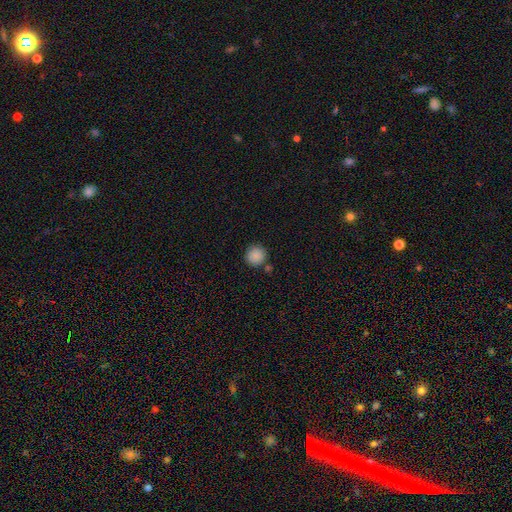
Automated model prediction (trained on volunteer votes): A smooth galaxy with no disk features (88%) that is round (94%). Merging: none (82%).